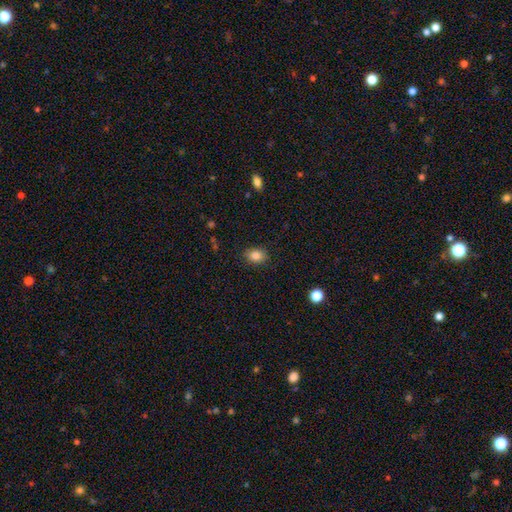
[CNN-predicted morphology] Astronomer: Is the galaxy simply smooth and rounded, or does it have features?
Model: smooth — 85%.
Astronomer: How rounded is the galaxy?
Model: in between — 67%.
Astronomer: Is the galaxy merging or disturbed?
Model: none — 86%.